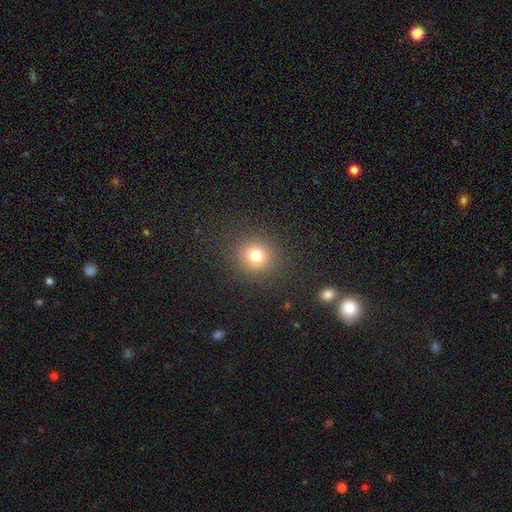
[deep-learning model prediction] Smooth or featured? smooth (76%)
How rounded? round (89%)
Merging? none (89%)